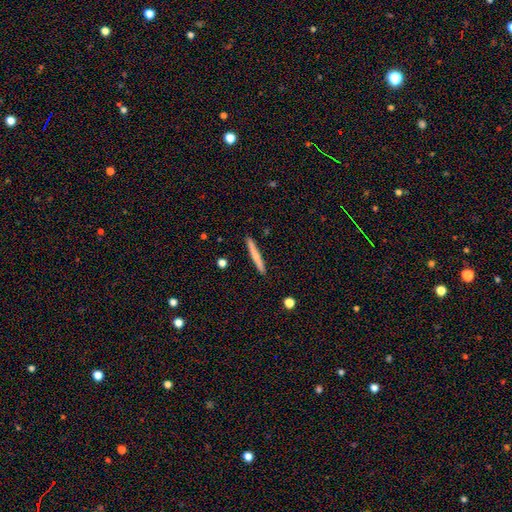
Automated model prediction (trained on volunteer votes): This appears to be a smooth galaxy with no disk features (60%) that is cigar-shaped (96%). Merging: none (90%).